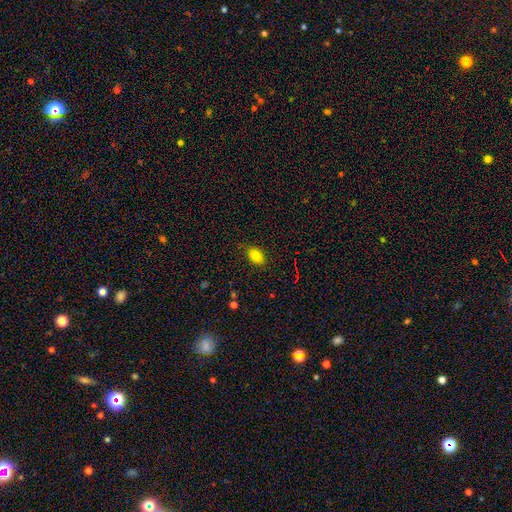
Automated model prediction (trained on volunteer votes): Smooth or featured? smooth (84%)
How rounded? in between (89%)
Merging? none (82%)